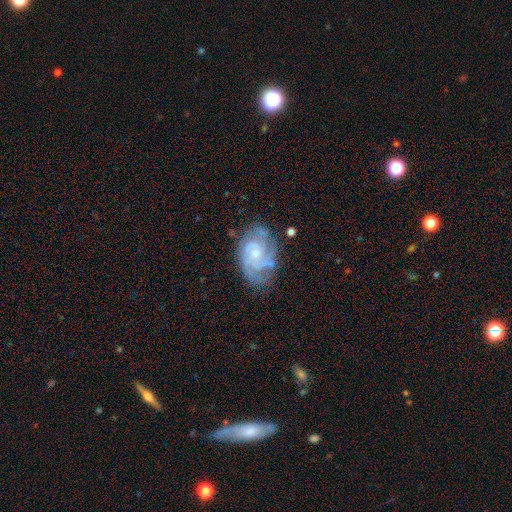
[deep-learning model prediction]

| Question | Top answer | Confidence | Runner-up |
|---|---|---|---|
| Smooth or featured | featured or disk | 76% | smooth (14%) |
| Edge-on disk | no | 97% | yes (3%) |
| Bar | no | 69% | weak (26%) |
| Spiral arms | yes | 94% | no (6%) |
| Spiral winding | tight | 60% | medium (32%) |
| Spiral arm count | can't tell | 30% | 3 (26%) |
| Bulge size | small | 62% | moderate (30%) |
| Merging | none | 73% | minor disturbance (19%) |